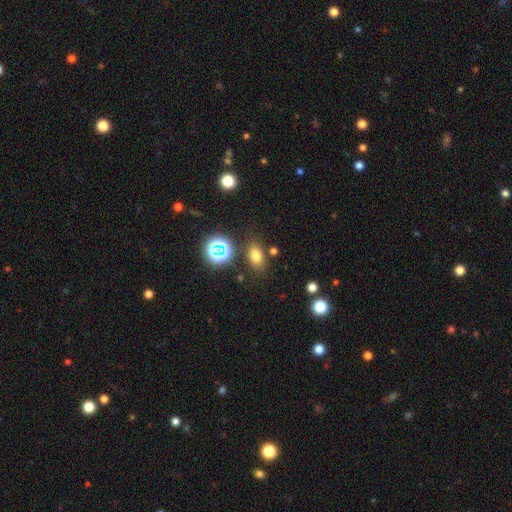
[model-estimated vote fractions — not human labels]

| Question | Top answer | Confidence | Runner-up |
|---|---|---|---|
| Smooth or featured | smooth | 69% | star or artifact (20%) |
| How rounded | in between | 78% | round (20%) |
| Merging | none | 78% | minor disturbance (12%) |